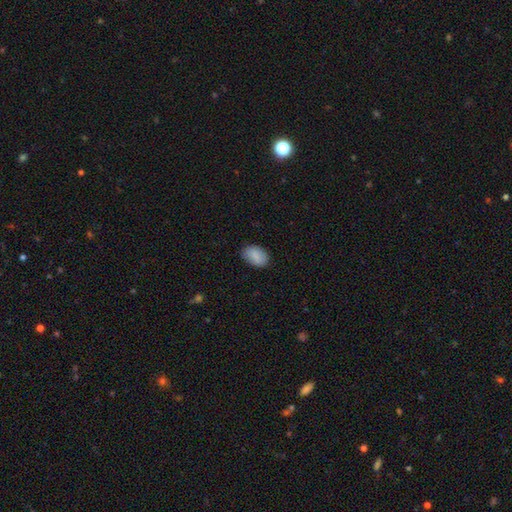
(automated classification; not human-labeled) smooth_or_featured: smooth (p=0.86) [alt: featured or disk p=0.08]
how_rounded: in between (p=0.87) [alt: round p=0.11]
merging: none (p=0.82) [alt: minor disturbance p=0.14]